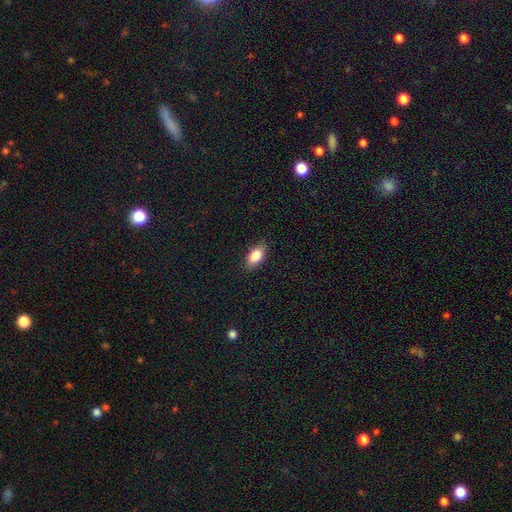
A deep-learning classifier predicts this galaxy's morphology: smooth 86%, featured or disk 7%, star or artifact 7%. Down the decision tree: how rounded — in between (89%); merging — none (84%).